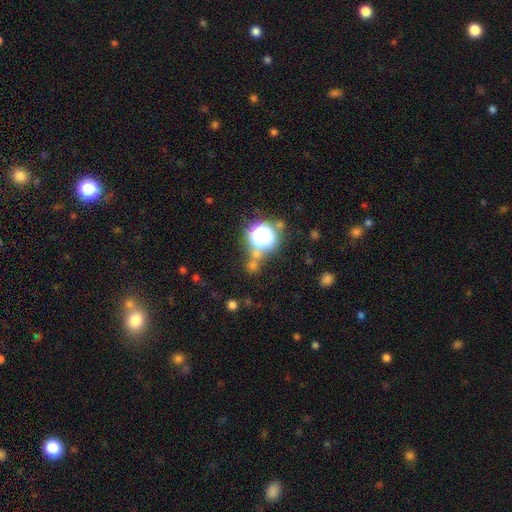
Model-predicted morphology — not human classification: Smooth or featured? star or artifact (51%)